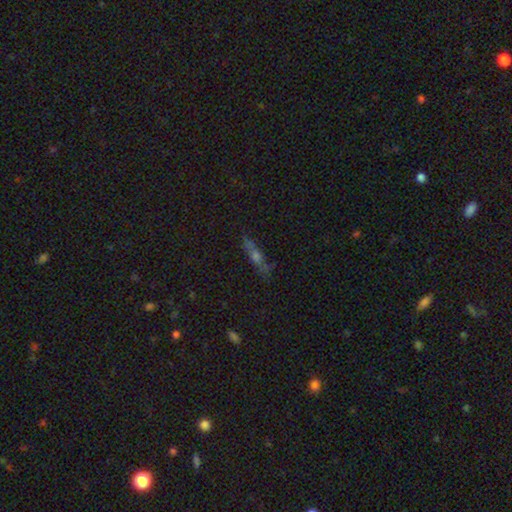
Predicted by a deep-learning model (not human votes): smooth_or_featured: featured or disk (p=0.50) [alt: smooth p=0.32]
merging: none (p=0.75) [alt: minor disturbance p=0.15]